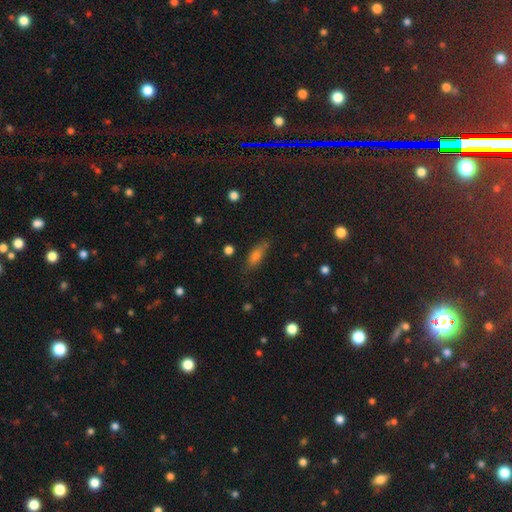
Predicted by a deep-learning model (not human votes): smooth 66%, star or artifact 18%, featured or disk 16%. Down the decision tree: how rounded — in between (60%); merging — none (68%).